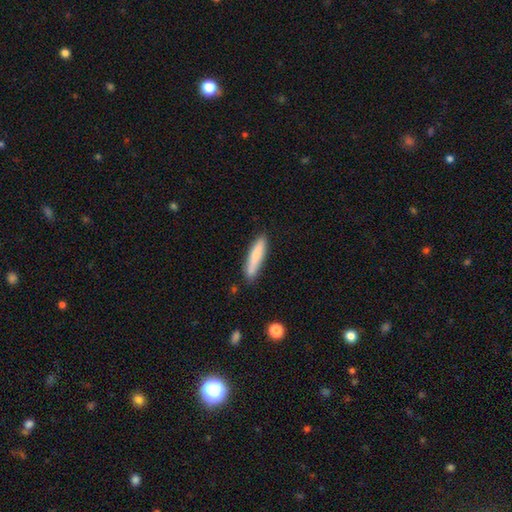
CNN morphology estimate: The model was most divided on "smooth or featured": smooth: 78%, featured or disk: 16%, star or artifact: 6%. More confident: how rounded — cigar-shaped (83%); merging — none (82%).